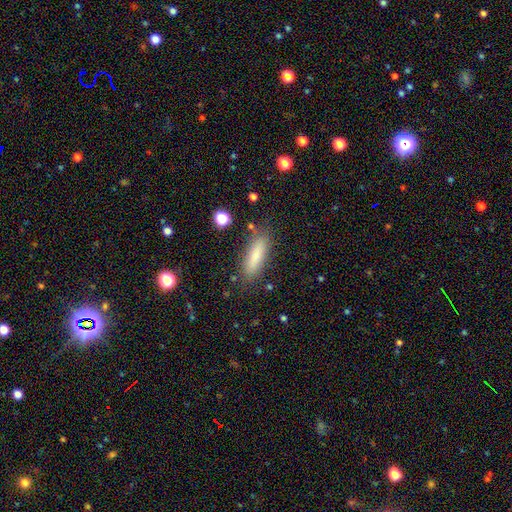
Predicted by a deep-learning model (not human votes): Smooth or featured?
  - smooth: 79% *
  - featured or disk: 14%
  - star or artifact: 8%
How rounded?
  - cigar-shaped: 56% *
  - in between: 42%
  - round: 2%
Merging?
  - none: 82% *
  - minor disturbance: 12%
  - major disturbance: 3%
  - merger: 3%